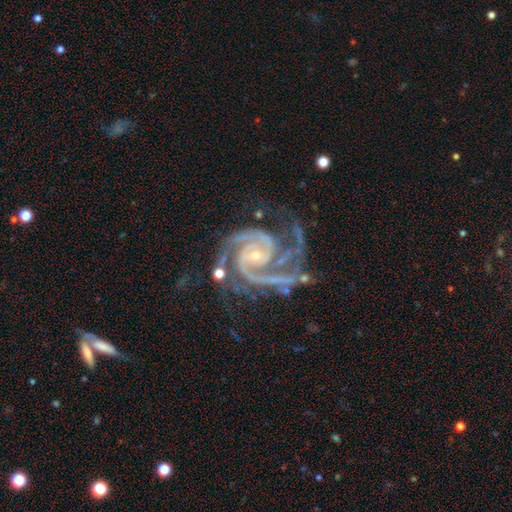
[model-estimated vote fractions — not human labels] Q: Smooth or featured?
A: featured or disk (94%); runner-up: star or artifact (4%)
Q: Edge-on disk?
A: no (98%); runner-up: yes (2%)
Q: Bar?
A: no (59%); runner-up: weak (24%)
Q: Spiral arms?
A: yes (99%); runner-up: no (1%)
Q: Spiral winding?
A: tight (53%); runner-up: medium (42%)
Q: Spiral arm count?
A: 2 (53%); runner-up: 3 (30%)
Q: Bulge size?
A: small (80%); runner-up: moderate (17%)
Q: Merging?
A: none (52%); runner-up: minor disturbance (24%)